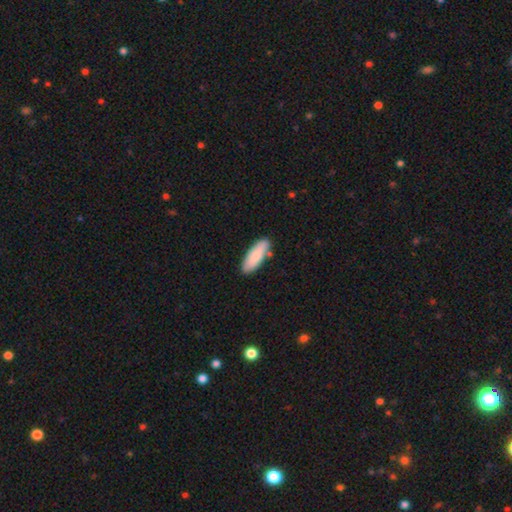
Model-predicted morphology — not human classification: A smooth galaxy with no disk features (82%) that is in between round and cigar-shaped (63%).

Vote fractions:
- Smooth or featured? smooth: 82% / featured or disk: 13% / star or artifact: 5%
- How rounded? in between: 63% / cigar-shaped: 36% / round: 2%
- Merging? none: 82% / minor disturbance: 12% / merger: 4% / major disturbance: 2%